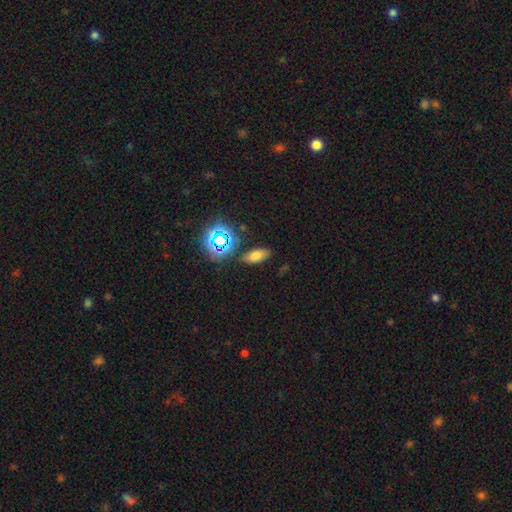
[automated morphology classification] A smooth galaxy with no disk features (68%) that is in between round and cigar-shaped (85%). Merging: none (82%).